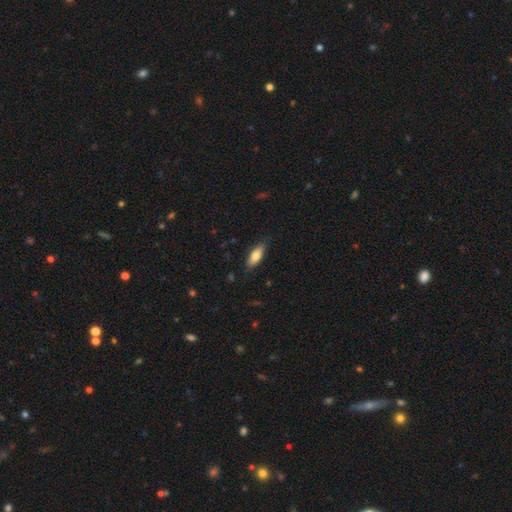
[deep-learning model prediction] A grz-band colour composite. It shows a smooth galaxy with no disk features (76%) that is in between round and cigar-shaped (73%). Merging: none (84%).